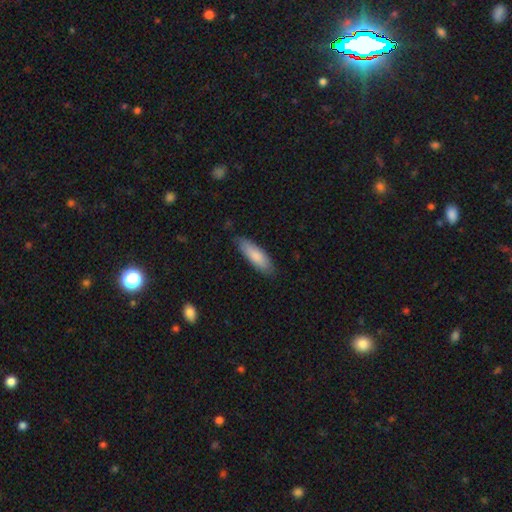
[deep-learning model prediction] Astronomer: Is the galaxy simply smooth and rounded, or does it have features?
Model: smooth — 84%.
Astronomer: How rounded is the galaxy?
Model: in between — 57% (runner-up: cigar-shaped, 42%).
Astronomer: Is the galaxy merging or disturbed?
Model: none — 80%.